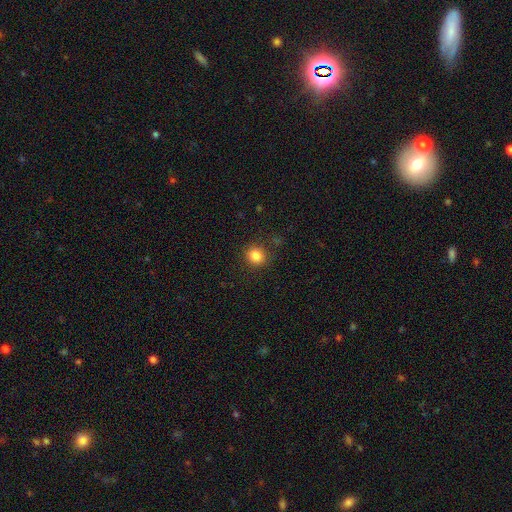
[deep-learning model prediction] Smooth or featured? smooth (84%)
How rounded? round (81%)
Merging? none (87%)